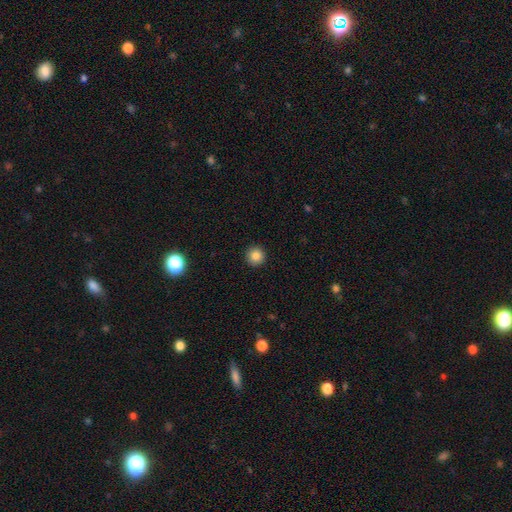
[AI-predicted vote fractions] Overall: smooth (84%). How rounded: round (95%). Merging: none (93%).